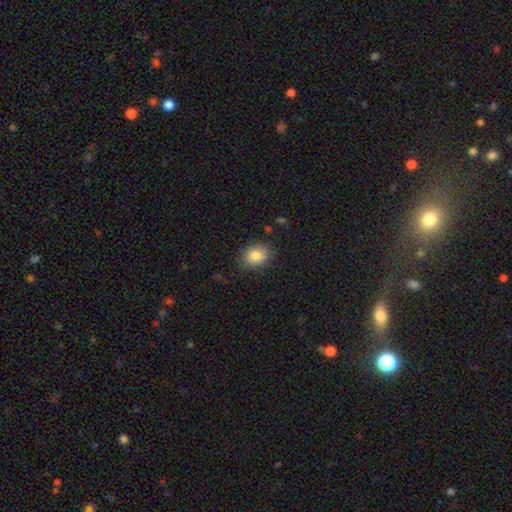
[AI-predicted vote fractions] The model was most divided on "how rounded": in between: 60%, round: 39%, cigar-shaped: 1%. More confident: smooth or featured — smooth (84%); merging — none (82%).